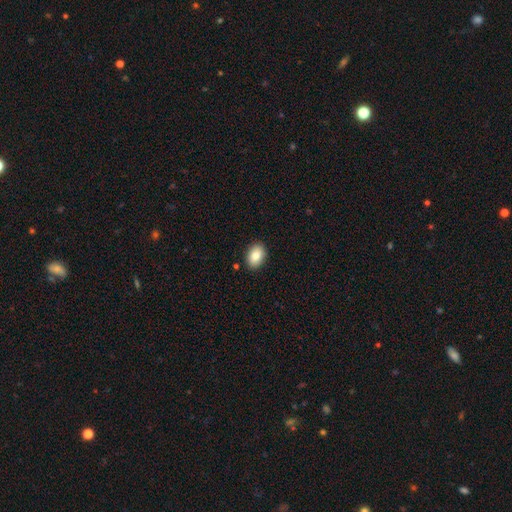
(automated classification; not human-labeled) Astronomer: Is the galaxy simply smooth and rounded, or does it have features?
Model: smooth — 83%.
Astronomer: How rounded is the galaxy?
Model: in between — 80%.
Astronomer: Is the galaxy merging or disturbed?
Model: none — 89%.